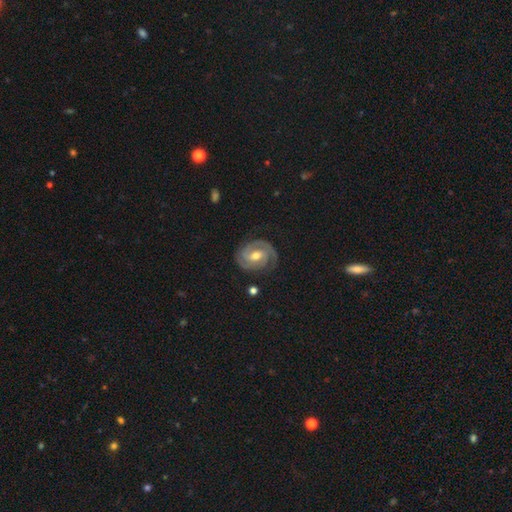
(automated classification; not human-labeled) A featured or disk galaxy (89%) with a weak bar (49%), 2 (80%) tight (67%) spiral arms (98%) and a moderate central bulge (73%). Merging: none (81%).